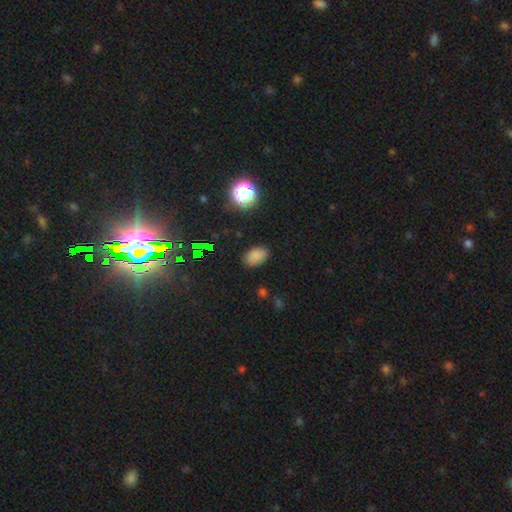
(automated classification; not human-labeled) smooth 79%, star or artifact 16%, featured or disk 5%. Down the decision tree: how rounded — in between (89%); merging — none (83%).